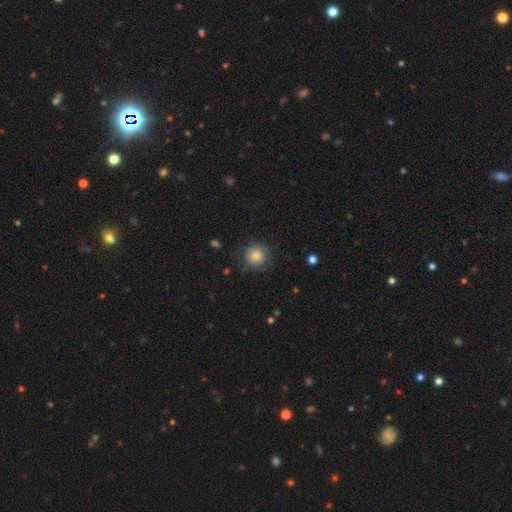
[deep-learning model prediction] Smooth or featured: smooth — 79% (featured or disk — 12%)
How rounded: round — 92% (in between — 7%)
Merging: none — 76% (minor disturbance — 16%)